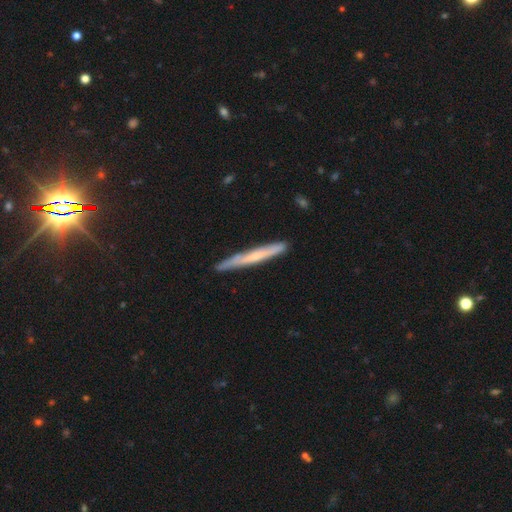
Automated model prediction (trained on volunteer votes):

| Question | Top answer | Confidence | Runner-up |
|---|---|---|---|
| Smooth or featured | featured or disk | 47% | tied: smooth (47%) |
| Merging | none | 86% | minor disturbance (11%) |